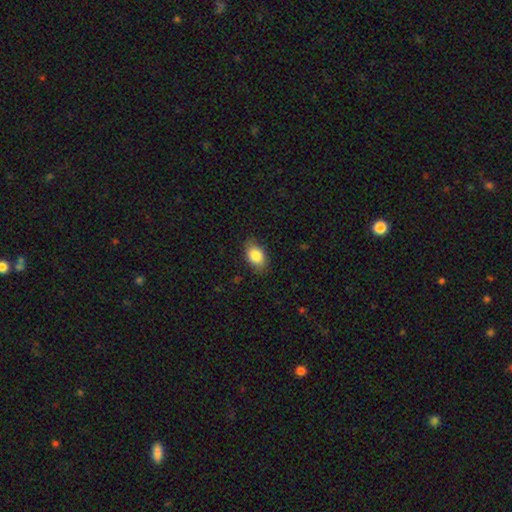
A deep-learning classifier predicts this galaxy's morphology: smooth 85%, featured or disk 8%, star or artifact 7%. Down the decision tree: how rounded — in between (85%); merging — none (81%).